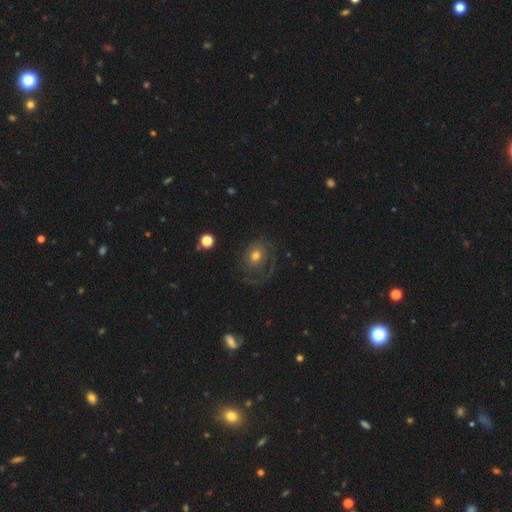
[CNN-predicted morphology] smooth-or-featured: featured or disk: 56% | smooth: 34% | star or artifact: 10%
  disk-edge-on: no: 96% | yes: 4%
    bar: no: 81% | weak: 16% | strong: 3%
    has-spiral-arms: yes: 74% | no: 26%
    bulge-size: moderate: 66% | small: 23% | large: 9% | none: 2% | dominant: 2%
  merging: none: 56% | major disturbance: 24% | minor disturbance: 18% | merger: 2%